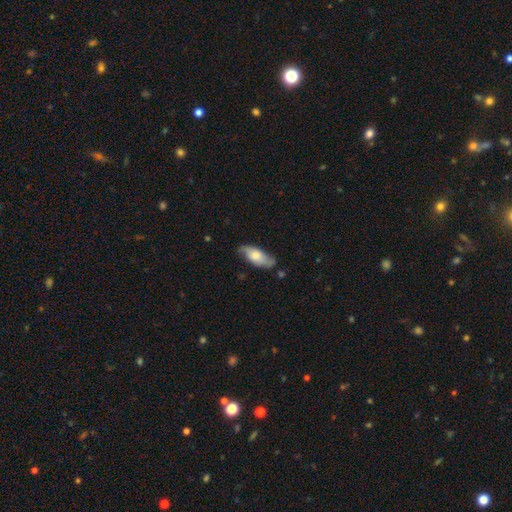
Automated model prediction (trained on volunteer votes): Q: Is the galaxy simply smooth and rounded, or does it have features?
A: smooth — 55%.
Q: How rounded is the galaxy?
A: in between — 80%.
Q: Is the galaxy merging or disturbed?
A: none — 68%.